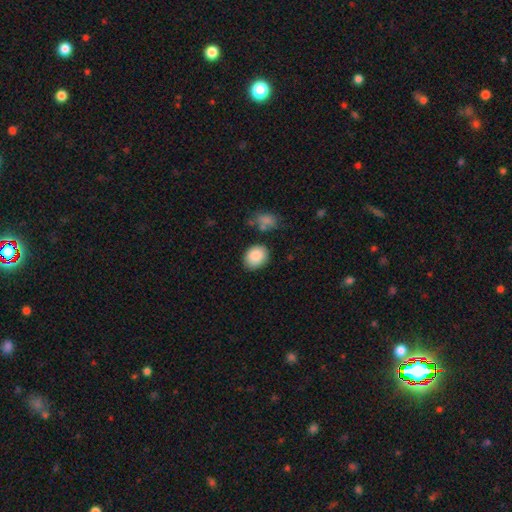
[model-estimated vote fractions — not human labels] smooth_or_featured: smooth (p=0.87) [alt: star or artifact p=0.07]
how_rounded: in between (p=0.57) [alt: round p=0.42]
merging: none (p=0.78) [alt: minor disturbance p=0.14]